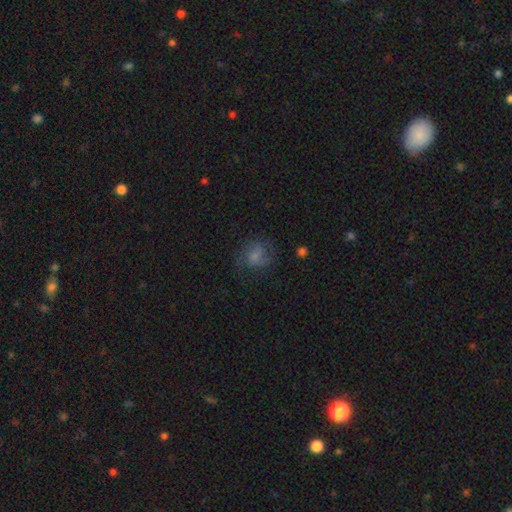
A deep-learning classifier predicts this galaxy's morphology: A smooth galaxy with no disk features (59%) that is round (68%). Merging: none (59%).